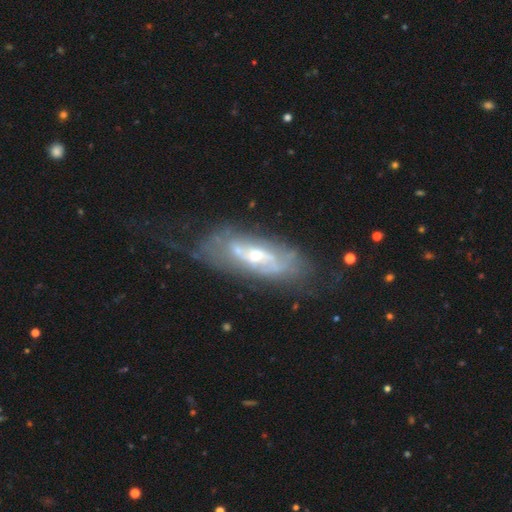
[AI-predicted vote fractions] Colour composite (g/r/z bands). It shows a featured or disk galaxy (77%) with no bar (53%), spiral arms (65%) and a moderate central bulge (52%). Merging: none (52%).